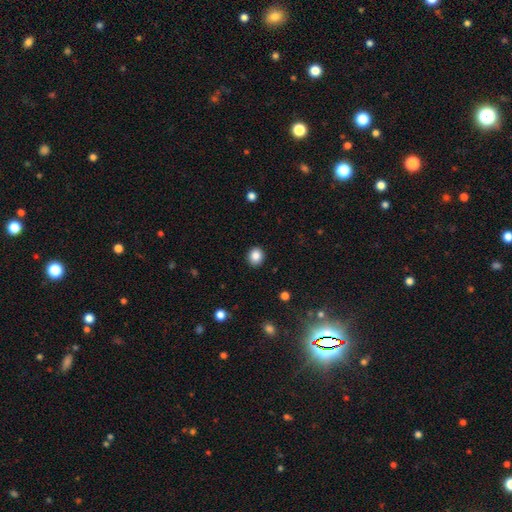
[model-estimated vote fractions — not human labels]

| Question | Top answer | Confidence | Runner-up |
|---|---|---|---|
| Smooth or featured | smooth | 86% | star or artifact (10%) |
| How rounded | round | 76% | in between (23%) |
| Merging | none | 91% | minor disturbance (6%) |